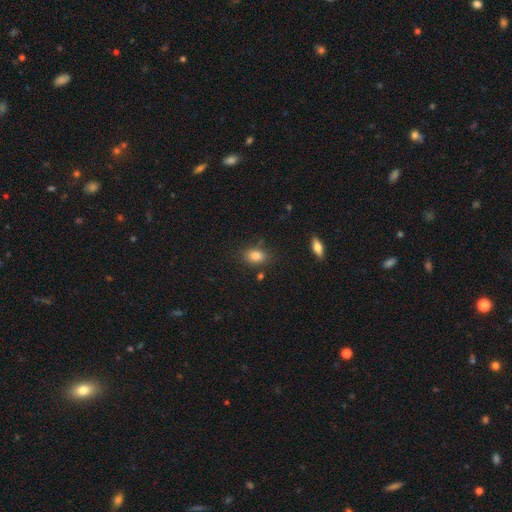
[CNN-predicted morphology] This is clearly a smooth galaxy (84%). How rounded: clearly in between (81%). Merging: likely none (80%).